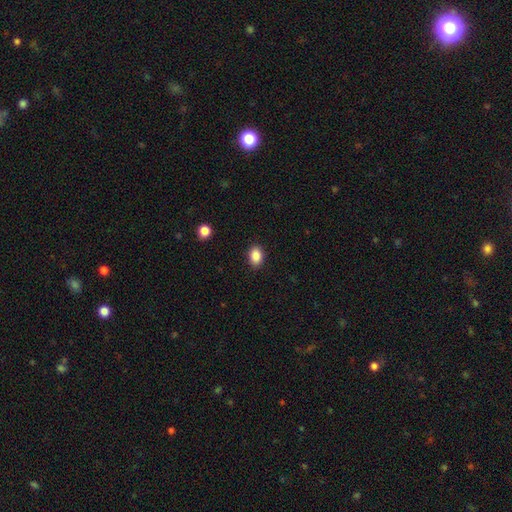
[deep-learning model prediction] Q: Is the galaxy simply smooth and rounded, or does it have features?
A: smooth — 88%.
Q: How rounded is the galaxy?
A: in between — 77%.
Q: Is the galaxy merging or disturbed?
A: none — 89%.